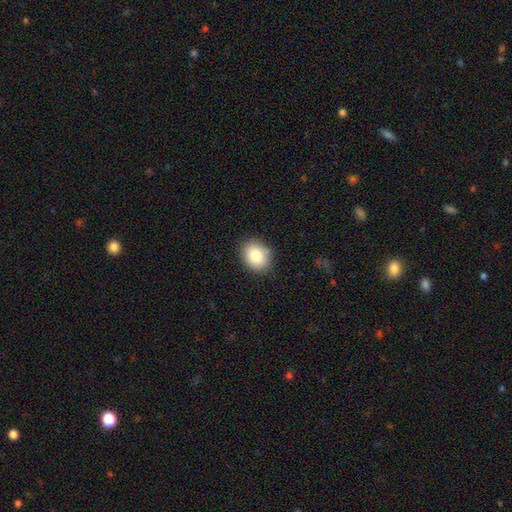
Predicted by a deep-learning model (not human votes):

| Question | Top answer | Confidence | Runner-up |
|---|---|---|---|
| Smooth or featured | smooth | 84% | star or artifact (8%) |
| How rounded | in between | 53% | round (46%) |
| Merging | none | 86% | minor disturbance (10%) |